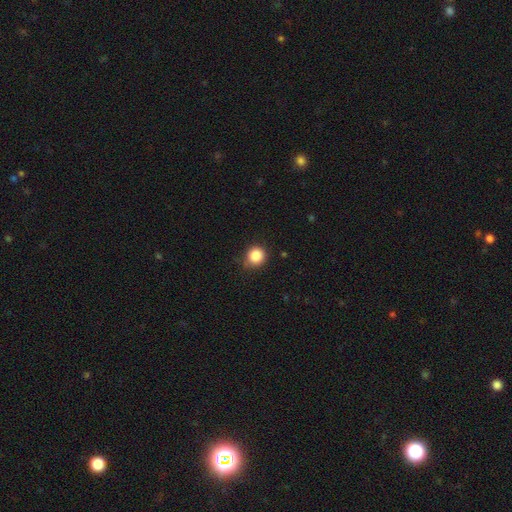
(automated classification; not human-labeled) smooth 87%, star or artifact 10%, featured or disk 3%. Down the decision tree: how rounded — round (90%); merging — none (80%).